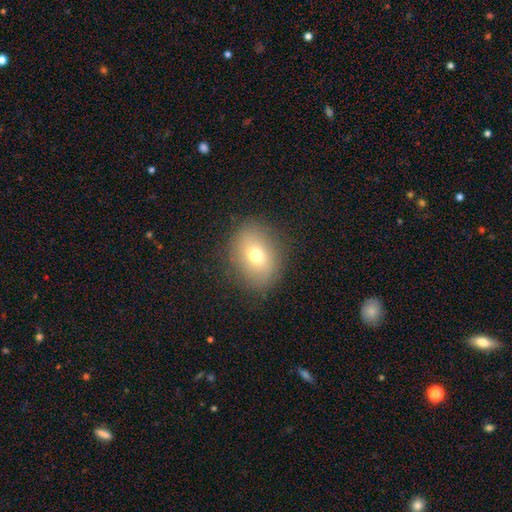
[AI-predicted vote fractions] Smooth or featured? Predicted: smooth (p=0.69). How rounded? Predicted: in between (p=0.51). Merging? Predicted: none (p=0.84).